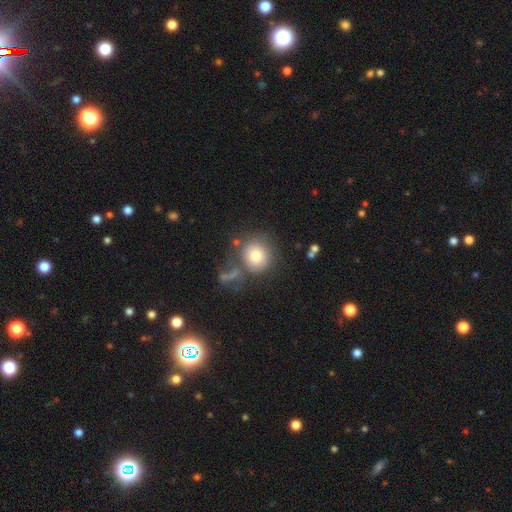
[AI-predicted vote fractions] smooth 78%, featured or disk 13%, star or artifact 9%. Down the decision tree: how rounded — round (88%); merging — none (63%).